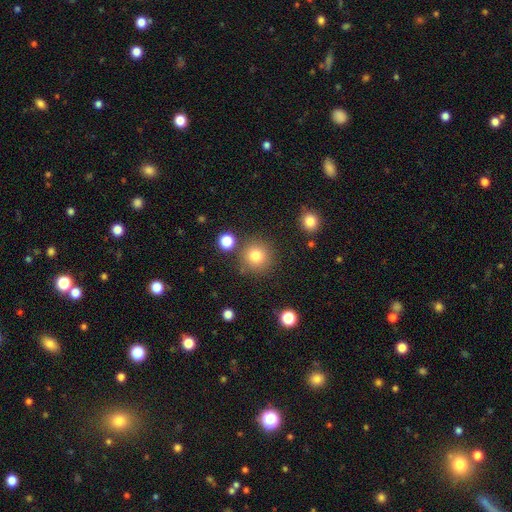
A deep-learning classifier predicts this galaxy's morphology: A smooth galaxy with no disk features (81%) that is round (94%). Merging: none (82%).